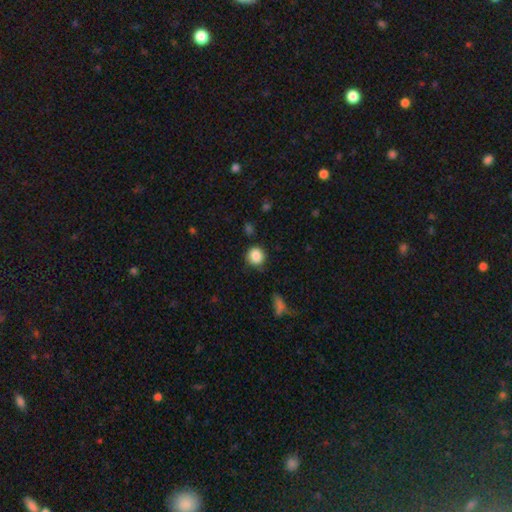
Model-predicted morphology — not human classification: Smooth or featured? smooth (87%)
How rounded? round (88%)
Merging? none (80%)